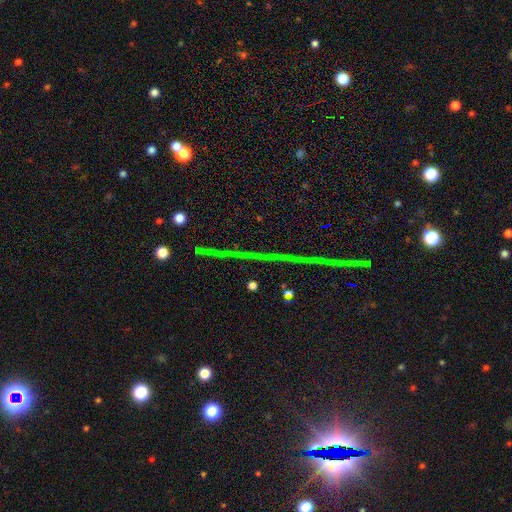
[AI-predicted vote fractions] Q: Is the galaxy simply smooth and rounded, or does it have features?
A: star or artifact — 80%.